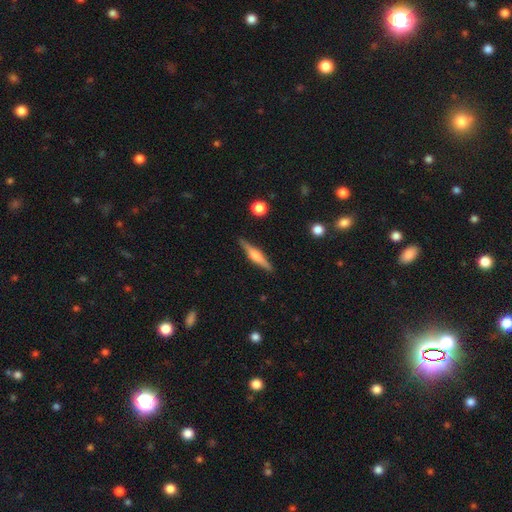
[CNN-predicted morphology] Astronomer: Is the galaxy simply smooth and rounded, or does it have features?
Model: featured or disk — 66%.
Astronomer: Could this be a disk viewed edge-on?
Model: yes — 98%.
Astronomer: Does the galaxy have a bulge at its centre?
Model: rounded — 75%.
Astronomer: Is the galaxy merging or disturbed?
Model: none — 89%.